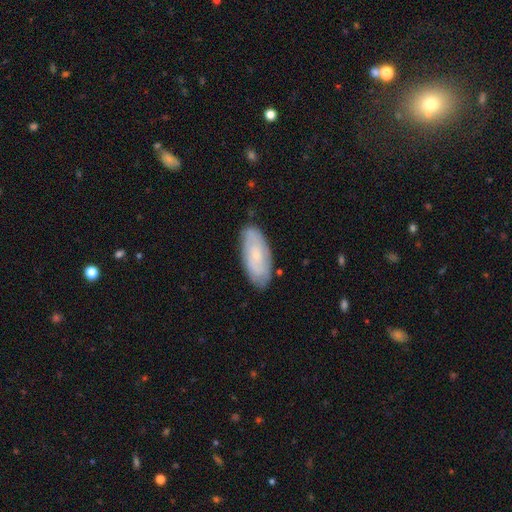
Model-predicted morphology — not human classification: smooth-or-featured: smooth: 49% | featured or disk: 43% | star or artifact: 7%
  merging: none: 81% | minor disturbance: 15% | major disturbance: 3% | merger: 1%